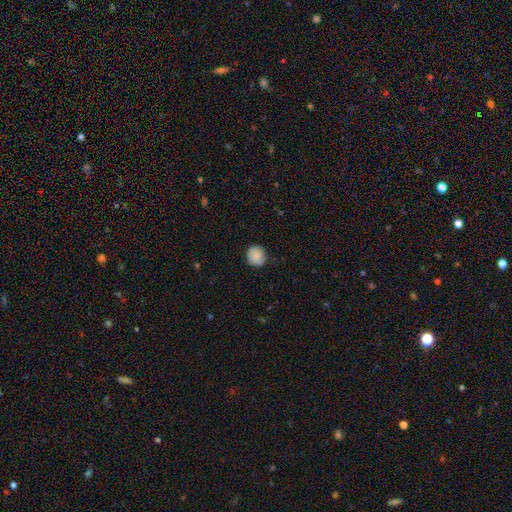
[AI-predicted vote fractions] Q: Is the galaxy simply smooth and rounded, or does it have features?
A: smooth — 80%.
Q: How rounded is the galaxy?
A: round — 79%.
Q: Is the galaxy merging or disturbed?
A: none — 76%.